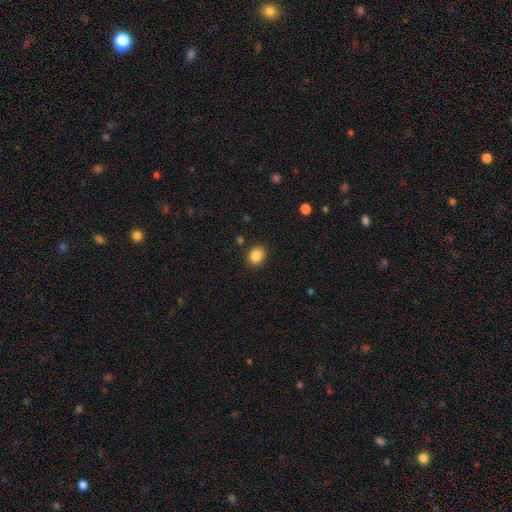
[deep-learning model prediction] The model was most divided on "how rounded": round: 56%, in between: 44%, cigar-shaped: 1%. More confident: merging — none (87%); smooth or featured — smooth (85%).